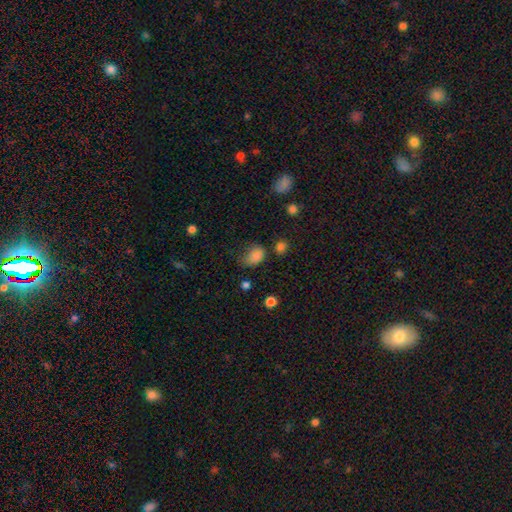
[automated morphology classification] smooth_or_featured: smooth (p=0.82) [alt: star or artifact p=0.13]
how_rounded: in between (p=0.76) [alt: round p=0.23]
merging: none (p=0.46) [alt: minor disturbance p=0.36]